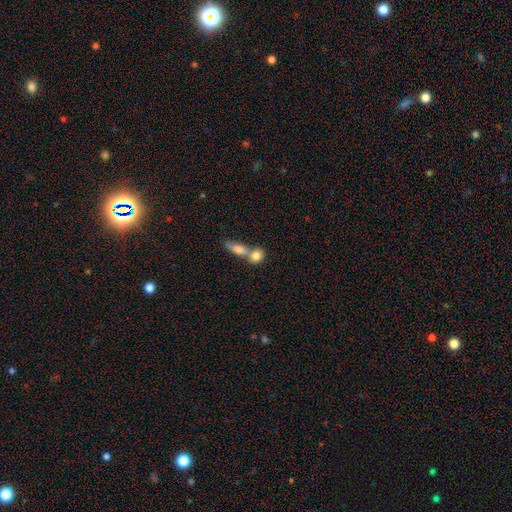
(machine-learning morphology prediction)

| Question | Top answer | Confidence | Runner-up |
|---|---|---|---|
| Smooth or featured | smooth | 80% | featured or disk (13%) |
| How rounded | round | 51% | in between (43%) |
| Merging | merger | 61% | none (29%) |